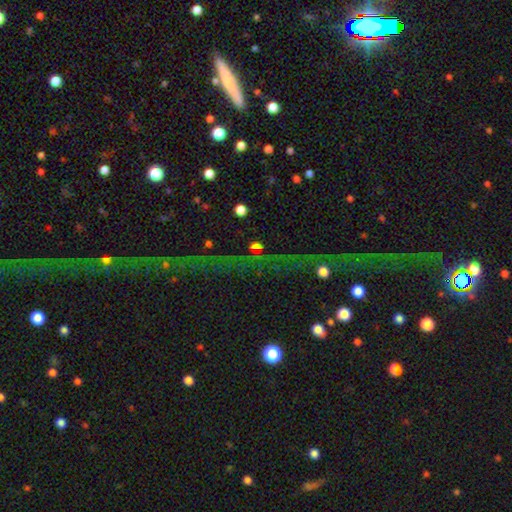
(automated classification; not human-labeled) Overall: star or artifact (78%).